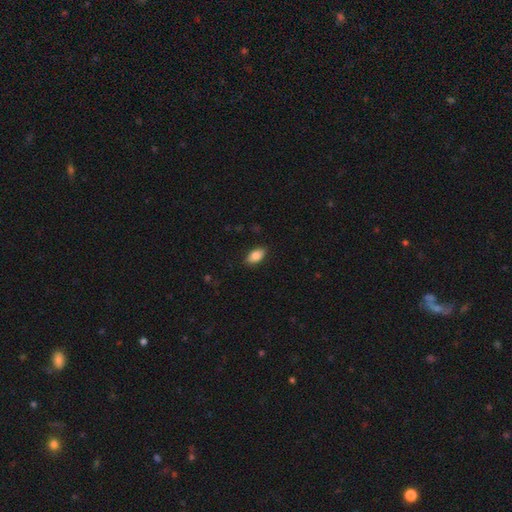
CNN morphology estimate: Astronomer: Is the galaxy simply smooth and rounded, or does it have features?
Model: smooth — 85%.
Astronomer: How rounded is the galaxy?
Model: in between — 93%.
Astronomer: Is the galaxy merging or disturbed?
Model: none — 87%.